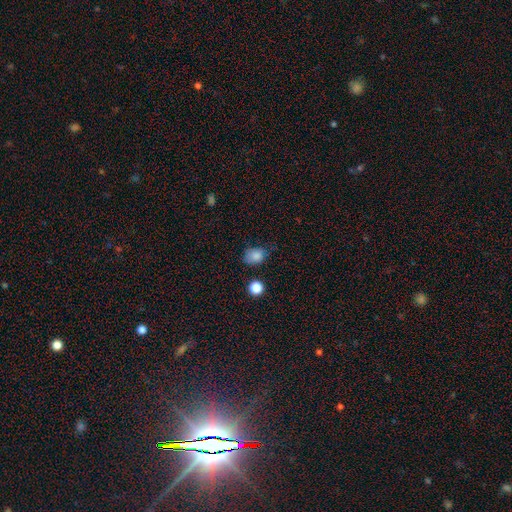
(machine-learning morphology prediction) This is clearly a smooth galaxy (83%). How rounded: possibly in between (56%). Merging: possibly none (59%).